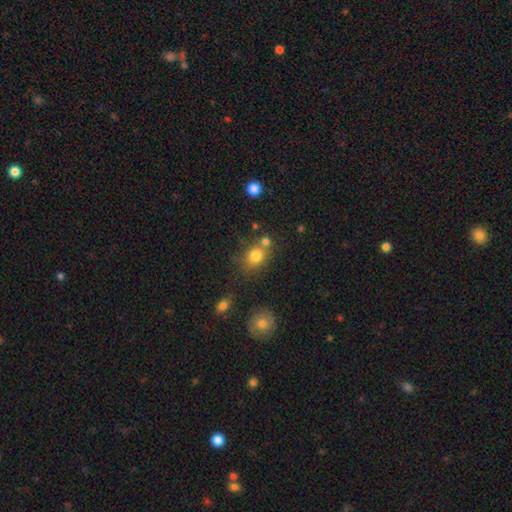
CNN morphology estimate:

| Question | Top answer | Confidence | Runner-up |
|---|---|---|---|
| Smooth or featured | smooth | 79% | star or artifact (12%) |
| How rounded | round | 55% | in between (44%) |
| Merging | none | 58% | merger (24%) |